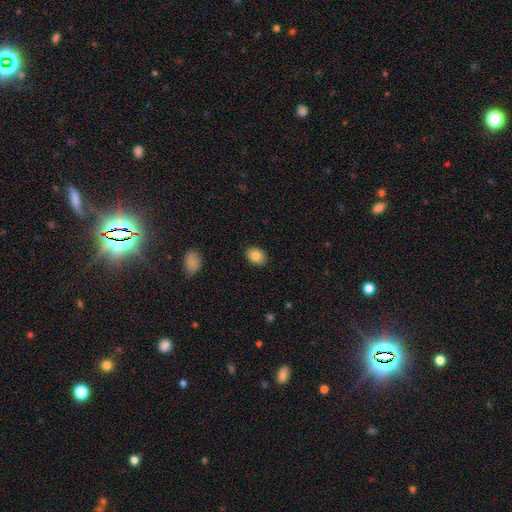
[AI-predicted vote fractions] Smooth or featured? smooth (83%)
How rounded? in between (74%)
Merging? none (89%)